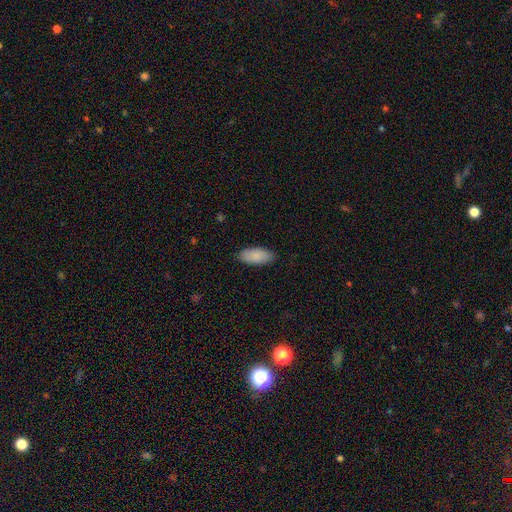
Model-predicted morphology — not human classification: smooth_or_featured: smooth (p=0.89) [alt: star or artifact p=0.06]
how_rounded: in between (p=0.90) [alt: cigar-shaped p=0.08]
merging: none (p=0.87) [alt: minor disturbance p=0.10]